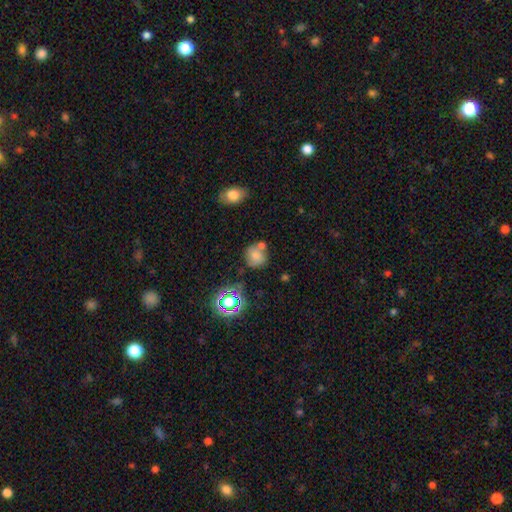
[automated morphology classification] Smooth or featured: smooth — 68% (star or artifact — 17%)
How rounded: round — 79% (in between — 20%)
Merging: none — 52% (merger — 28%)